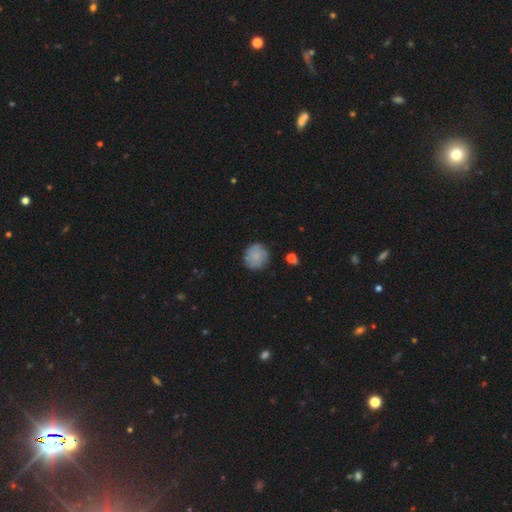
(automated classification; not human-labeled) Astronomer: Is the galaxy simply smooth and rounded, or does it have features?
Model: smooth — 80%.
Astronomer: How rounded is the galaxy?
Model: round — 90%.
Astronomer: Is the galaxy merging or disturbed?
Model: none — 82%.